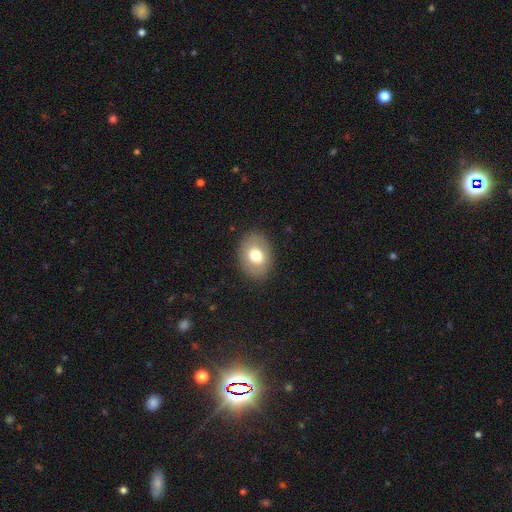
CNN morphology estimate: Smooth or featured? Predicted: smooth (p=0.72). How rounded? Predicted: in between (p=0.68). Merging? Predicted: none (p=0.86).